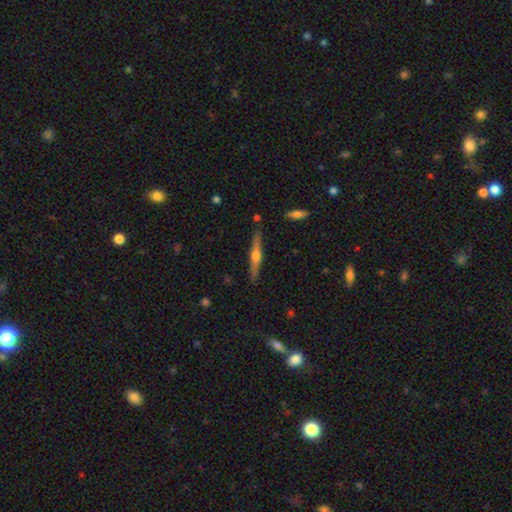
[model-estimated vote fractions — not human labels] Smooth or featured: featured or disk — 67% (smooth — 27%)
Edge-on disk: yes — 98% (no — 2%)
Edge-on bulge: rounded — 91% (boxy — 5%)
Merging: none — 87% (minor disturbance — 9%)